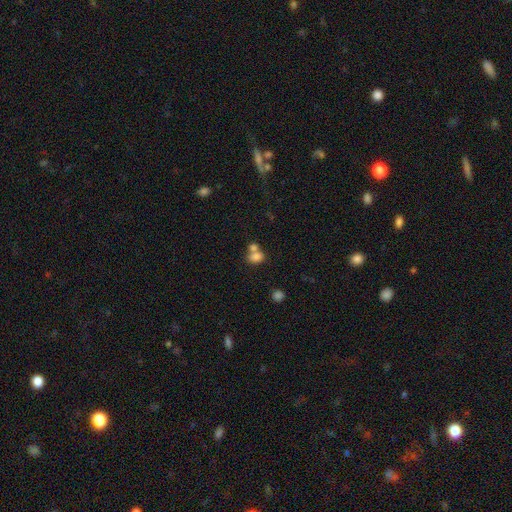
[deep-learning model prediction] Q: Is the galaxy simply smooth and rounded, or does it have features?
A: smooth — 78%.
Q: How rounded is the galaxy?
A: in between — 67%.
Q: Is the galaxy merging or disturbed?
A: merger — 55%.